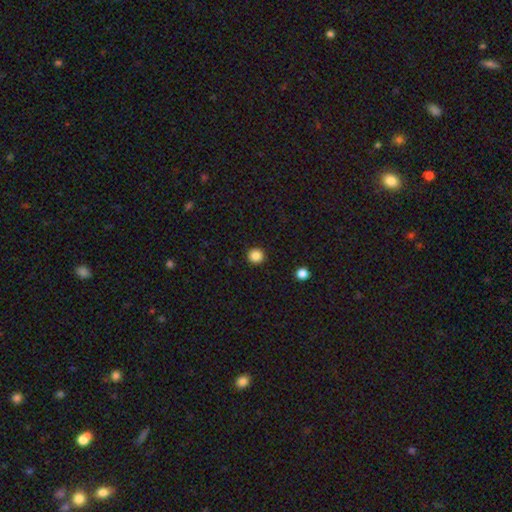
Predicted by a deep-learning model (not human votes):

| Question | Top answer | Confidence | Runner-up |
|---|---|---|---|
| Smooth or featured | smooth | 86% | star or artifact (11%) |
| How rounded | round | 95% | in between (4%) |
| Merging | none | 93% | minor disturbance (4%) |